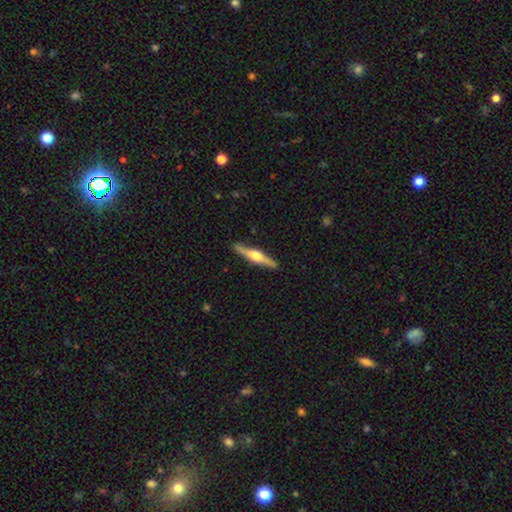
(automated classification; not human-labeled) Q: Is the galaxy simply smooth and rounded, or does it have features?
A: featured or disk — 70%.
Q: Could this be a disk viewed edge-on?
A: yes — 97%.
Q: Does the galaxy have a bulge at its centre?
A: rounded — 91%.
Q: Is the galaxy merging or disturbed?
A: none — 90%.